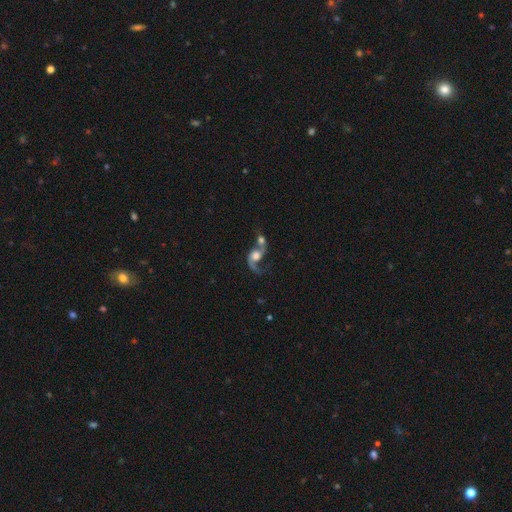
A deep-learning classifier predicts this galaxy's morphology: This is likely a featured or disk galaxy (72%). It is clearly not viewed edge-on (96%). Bar: likely no (67%). Spiral arm pattern: clearly yes (88%). Spiral arm count: likely 2 (67%). Spiral winding: likely loose (77%). Central bulge: marginally large (40%). Merging: likely merger (64%).